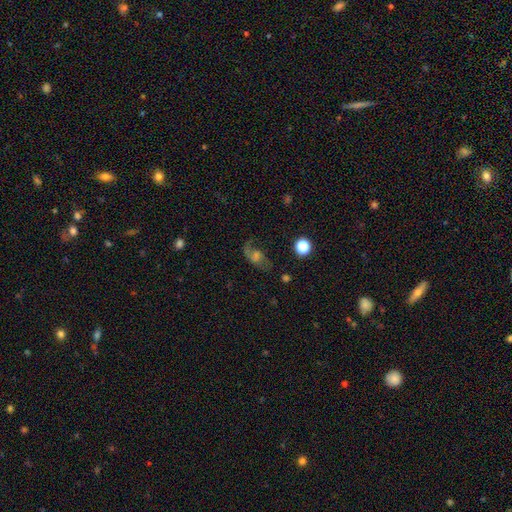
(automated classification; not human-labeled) The model was most divided on "smooth or featured": featured or disk: 52%, smooth: 27%, star or artifact: 21%. More confident: edge-on disk — no (92%); merging — none (56%).